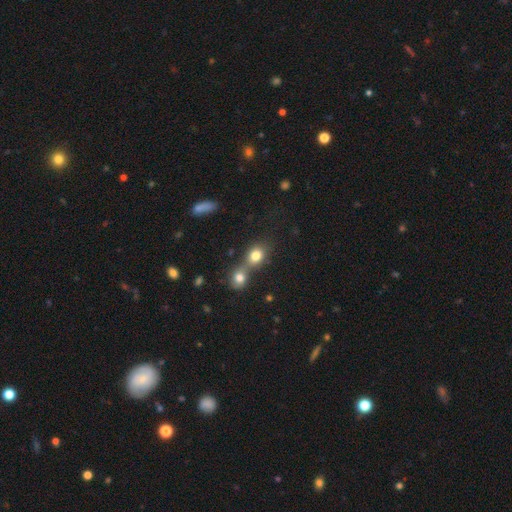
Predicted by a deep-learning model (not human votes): Morphology: type=smooth (80%); roundness=round (64%); merging=merger (59%).